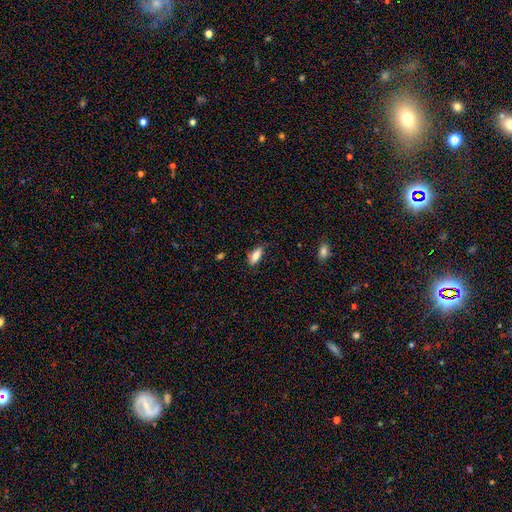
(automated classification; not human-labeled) smooth_or_featured: smooth (p=0.83) [alt: featured or disk p=0.10]
how_rounded: in between (p=0.80) [alt: cigar-shaped p=0.18]
merging: none (p=0.78) [alt: minor disturbance p=0.17]